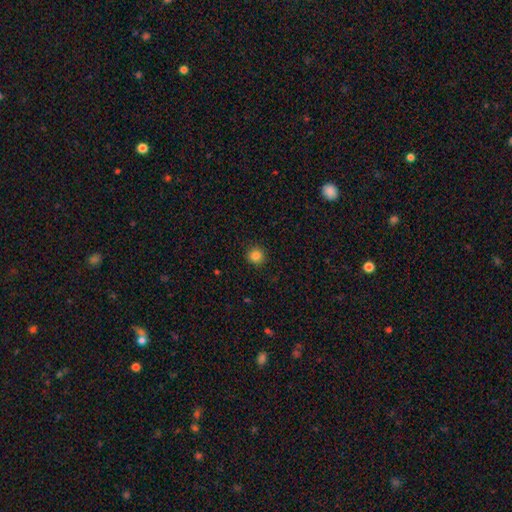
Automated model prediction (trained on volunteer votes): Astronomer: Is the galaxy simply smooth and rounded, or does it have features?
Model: smooth — 84%.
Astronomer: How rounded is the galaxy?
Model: round — 94%.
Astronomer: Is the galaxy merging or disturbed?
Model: none — 92%.